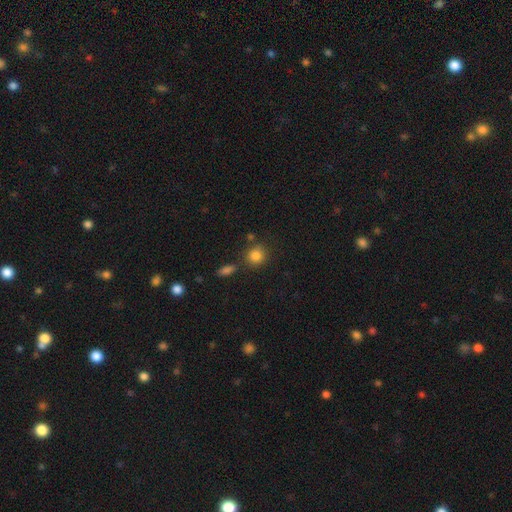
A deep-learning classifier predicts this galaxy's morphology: Overall: smooth (84%). How rounded: round (82%). Merging: none (73%).